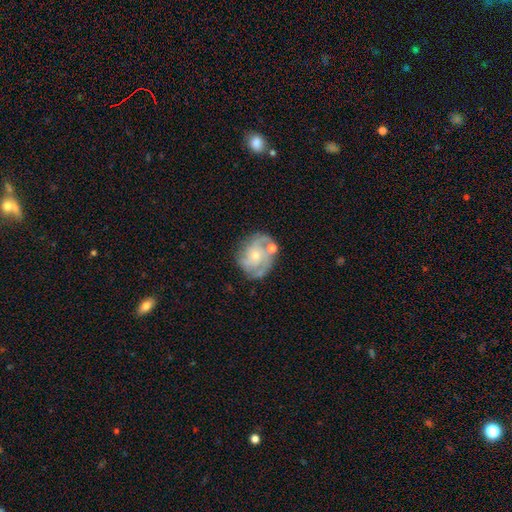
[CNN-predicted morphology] This is likely a featured or disk galaxy (78%). It is clearly not viewed edge-on (98%). Bar: likely no (74%). Spiral arm pattern: clearly yes (92%). Spiral arm count: marginally 3 (36%). Spiral winding: possibly tight (49%). Central bulge: possibly small (54%). Merging: likely none (63%).